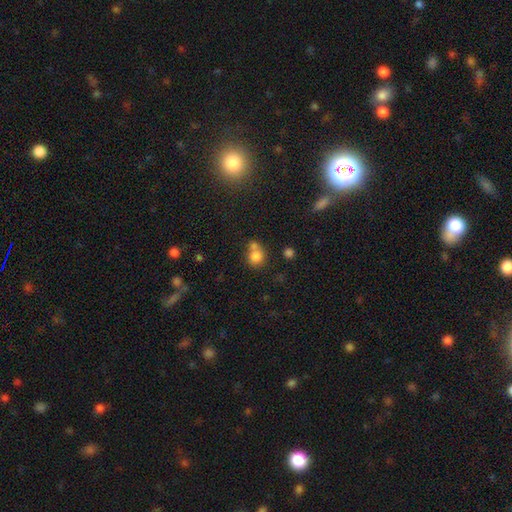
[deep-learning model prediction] Smooth or featured?
  - smooth: 80% *
  - star or artifact: 12%
  - featured or disk: 8%
How rounded?
  - round: 82% *
  - in between: 17%
  - cigar-shaped: 1%
Merging?
  - none: 46% *
  - merger: 40%
  - minor disturbance: 10%
  - major disturbance: 4%